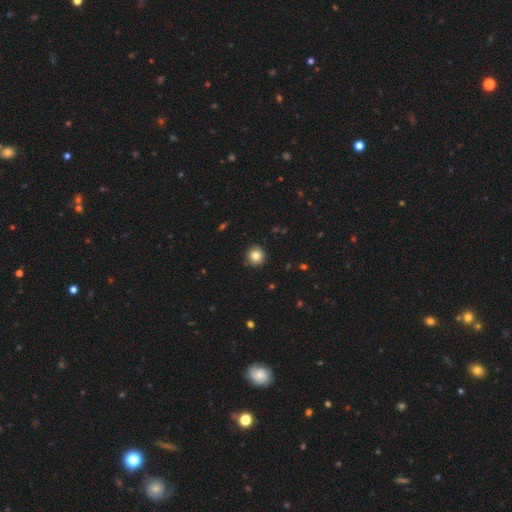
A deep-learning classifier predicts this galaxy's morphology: Smooth or featured?
  - smooth: 83% *
  - star or artifact: 11%
  - featured or disk: 6%
How rounded?
  - round: 95% *
  - in between: 4%
  - cigar-shaped: 1%
Merging?
  - none: 91% *
  - minor disturbance: 6%
  - major disturbance: 2%
  - merger: 1%